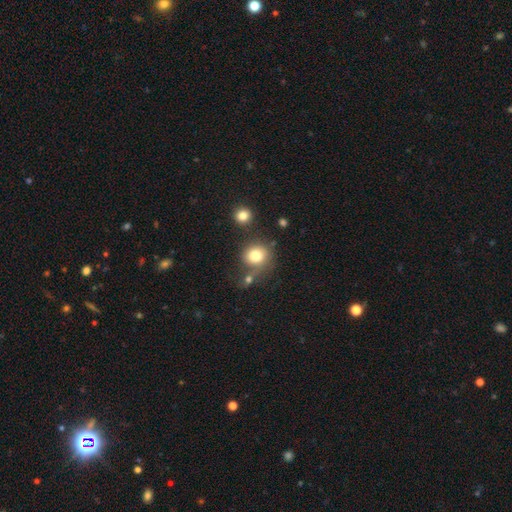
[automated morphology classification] This is clearly a smooth galaxy (81%). How rounded: clearly round (81%). Merging: possibly none (58%).